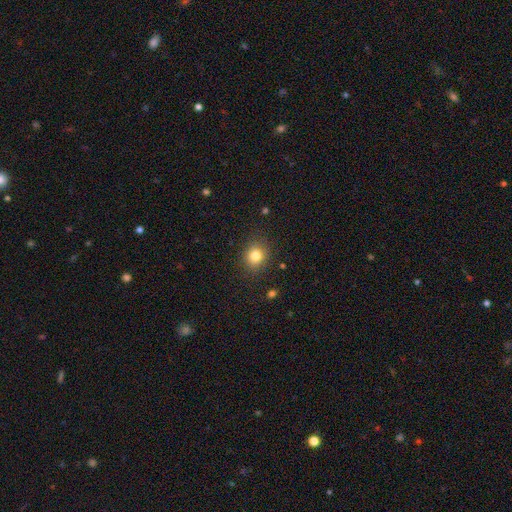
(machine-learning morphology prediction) The model was most divided on "how rounded": round: 72%, in between: 27%, cigar-shaped: 1%. More confident: merging — none (86%); smooth or featured — smooth (81%).